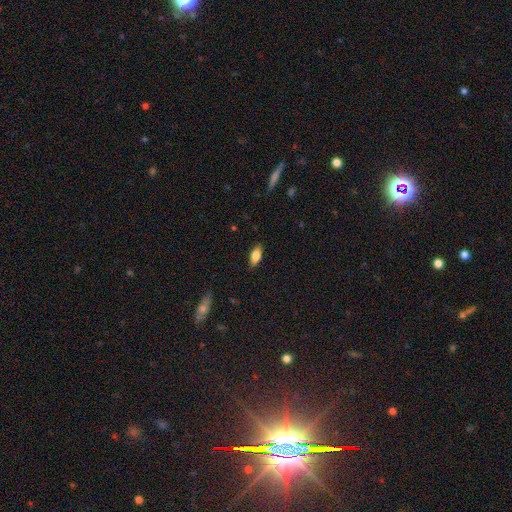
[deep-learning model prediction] Smooth or featured?
  - smooth: 78% *
  - featured or disk: 15%
  - star or artifact: 7%
How rounded?
  - in between: 84% *
  - cigar-shaped: 13%
  - round: 3%
Merging?
  - none: 86% *
  - minor disturbance: 10%
  - major disturbance: 2%
  - merger: 1%